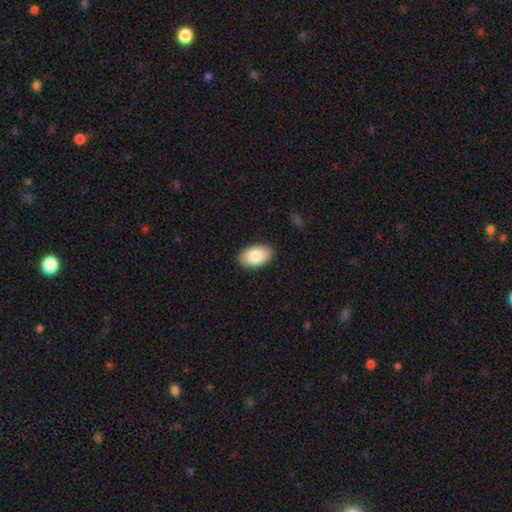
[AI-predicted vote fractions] smooth_or_featured: smooth (p=0.85) [alt: featured or disk p=0.09]
how_rounded: in between (p=0.93) [alt: round p=0.06]
merging: none (p=0.89) [alt: minor disturbance p=0.08]